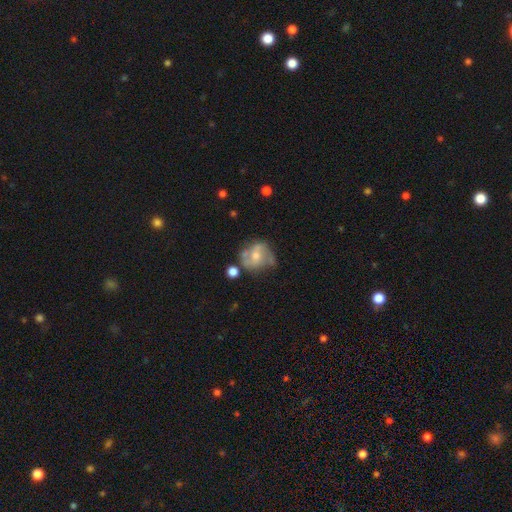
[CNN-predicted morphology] A featured or disk galaxy (66%) with no bar (62%), 2 (63%) medium (47%) spiral arms (81%) and a moderate central bulge (52%).

Vote fractions:
- Smooth or featured? featured or disk: 66% / smooth: 26% / star or artifact: 8%
- Edge-on disk? no: 97% / yes: 3%
- Bar? no: 62% / weak: 31% / strong: 7%
- Spiral arms? yes: 81% / no: 19%
- Spiral winding? medium: 47% / loose: 32% / tight: 21%
- Spiral arm count? 2: 63% / can't tell: 17% / 3: 12% / 1: 4% / 4: 3% / more than 4: 2%
- Bulge size? moderate: 52% / small: 39% / none: 4% / large: 4% / dominant: 1%
- Merging? none: 53% / minor disturbance: 25% / major disturbance: 13% / merger: 9%